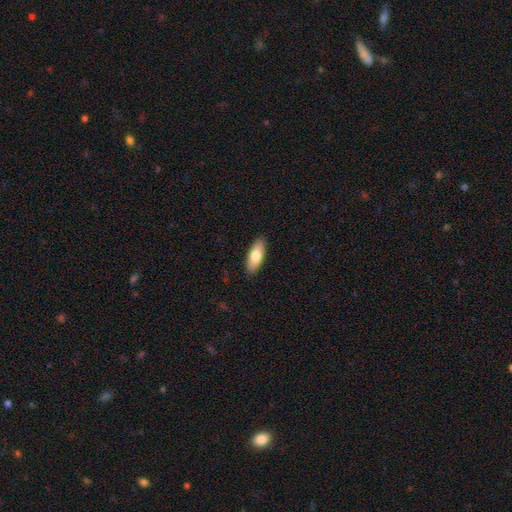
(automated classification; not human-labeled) A smooth galaxy with no disk features (76%) that is in between round and cigar-shaped (77%). Merging: none (90%).